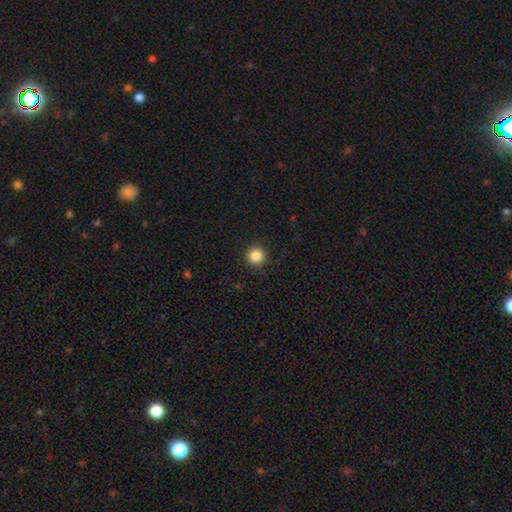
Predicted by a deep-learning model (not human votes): Q: Smooth or featured?
A: smooth (86%); runner-up: star or artifact (10%)
Q: How rounded?
A: round (95%); runner-up: in between (4%)
Q: Merging?
A: none (92%); runner-up: minor disturbance (5%)